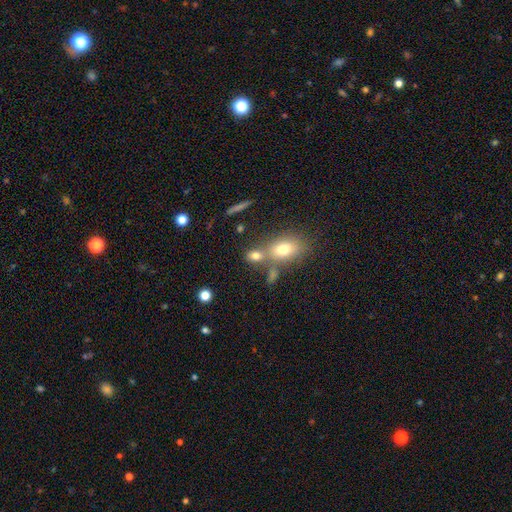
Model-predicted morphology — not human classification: smooth-or-featured: smooth: 73% | star or artifact: 14% | featured or disk: 12%
  how-rounded: in between: 67% | round: 27% | cigar-shaped: 6%
  merging: none: 50% | merger: 34% | minor disturbance: 11% | major disturbance: 5%